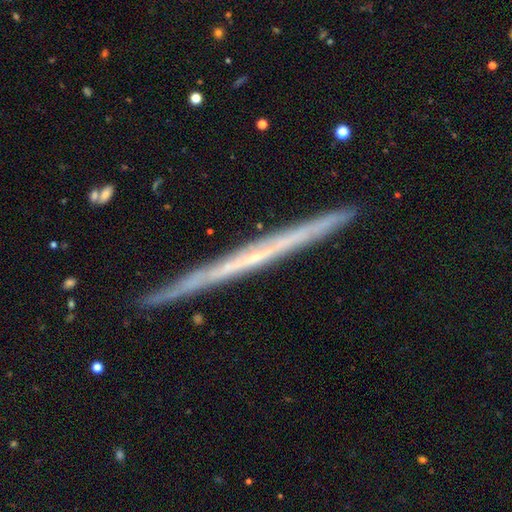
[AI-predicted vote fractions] A featured or disk galaxy (70%) viewed edge-on (97%) with no central bulge (86%).

Vote fractions:
- Smooth or featured? featured or disk: 70% / smooth: 22% / star or artifact: 9%
- Edge-on disk? yes: 97% / no: 3%
- Edge-on bulge? none: 86% / rounded: 11% / boxy: 3%
- Merging? none: 90% / minor disturbance: 8% / major disturbance: 1% / merger: 1%